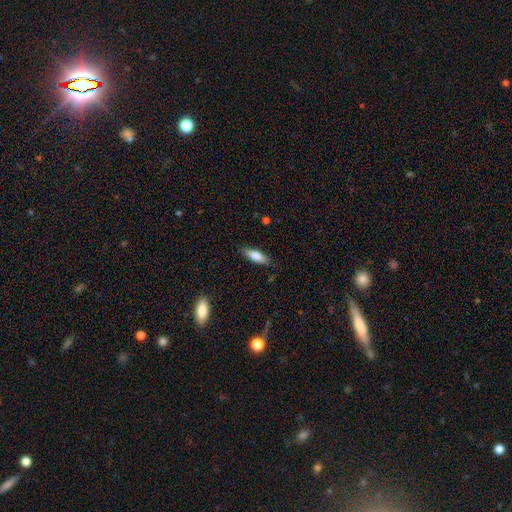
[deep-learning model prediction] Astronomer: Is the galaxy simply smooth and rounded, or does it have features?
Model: smooth — 71%.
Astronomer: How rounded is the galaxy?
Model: in between — 59% (runner-up: cigar-shaped, 39%).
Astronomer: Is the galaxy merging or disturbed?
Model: none — 84%.